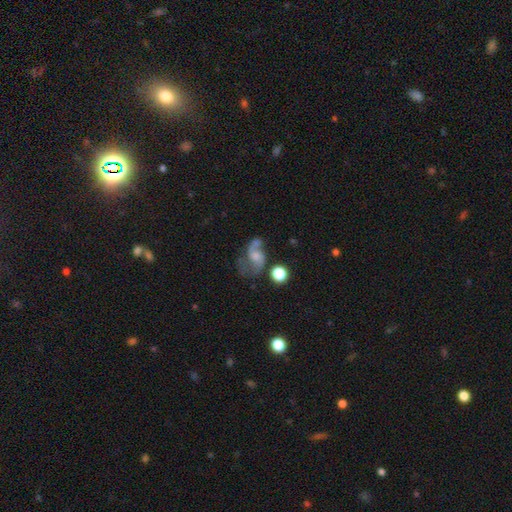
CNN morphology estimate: Overall: featured or disk (58%; smooth 31%). Edge-on disk: no (97%). Bar: no (64%; weak 30%). Spiral arms: yes (82%). Bulge size: small (37%; moderate 32%). Merging: none (33%; major disturbance 30%).